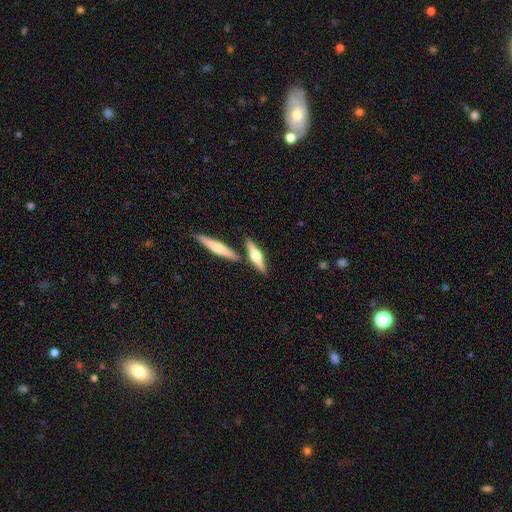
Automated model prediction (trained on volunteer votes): Morphology: type=featured or disk (66%); edge-on=yes (97%); edge-on bulge=rounded (94%); merging=none (76%).